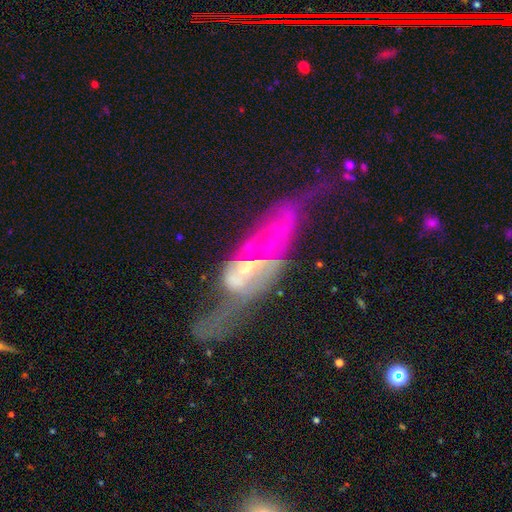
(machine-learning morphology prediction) A featured or disk galaxy (67%).

Vote fractions:
- Smooth or featured? featured or disk: 67% / smooth: 20% / star or artifact: 13%
- Edge-on disk? no: 53% / yes: 47%
- Merging? major disturbance: 40% / none: 29% / minor disturbance: 20% / merger: 11%